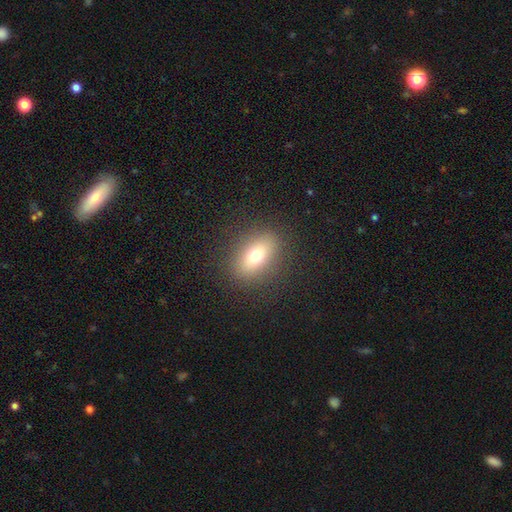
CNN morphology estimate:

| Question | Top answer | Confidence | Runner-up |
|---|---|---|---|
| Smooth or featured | smooth | 70% | featured or disk (17%) |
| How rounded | in between | 71% | round (24%) |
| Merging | none | 87% | minor disturbance (8%) |